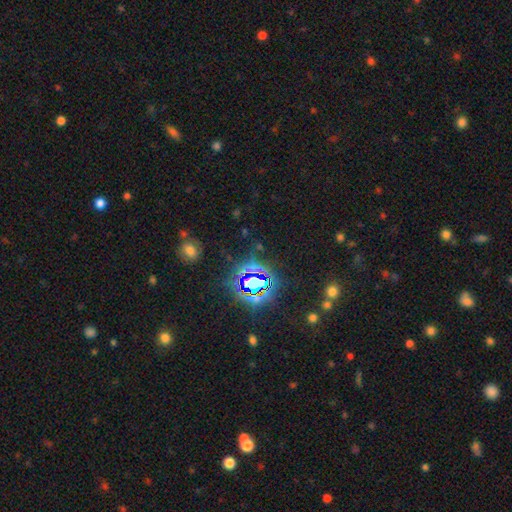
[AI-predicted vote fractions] Smooth or featured: star or artifact — 78% (smooth — 14%)